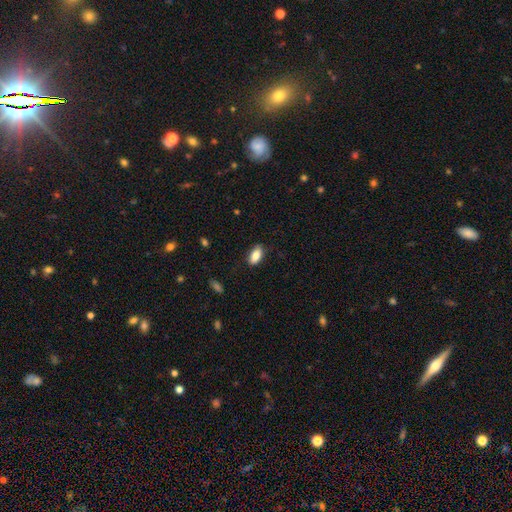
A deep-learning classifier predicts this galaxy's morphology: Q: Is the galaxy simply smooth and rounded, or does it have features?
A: smooth — 85%.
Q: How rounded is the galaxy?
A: in between — 89%.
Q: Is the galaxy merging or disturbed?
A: none — 83%.